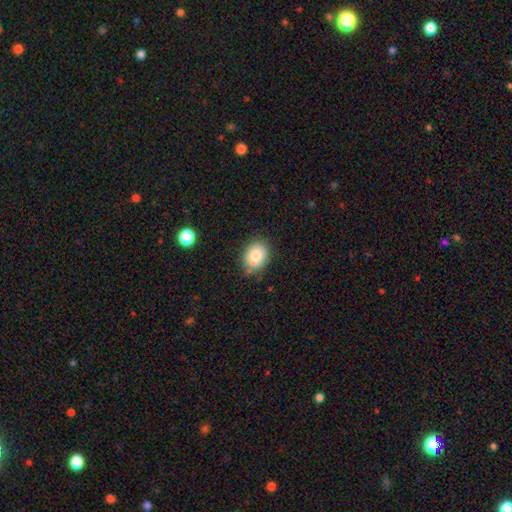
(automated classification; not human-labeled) A smooth galaxy with no disk features (80%) that is in between round and cigar-shaped (57%). Merging: none (75%).